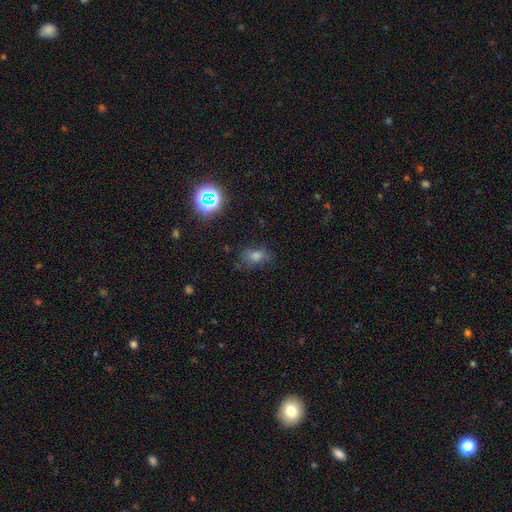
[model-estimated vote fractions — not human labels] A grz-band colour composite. It shows a smooth galaxy with no disk features (62%) that is in between round and cigar-shaped (74%). Merging: none (72%).